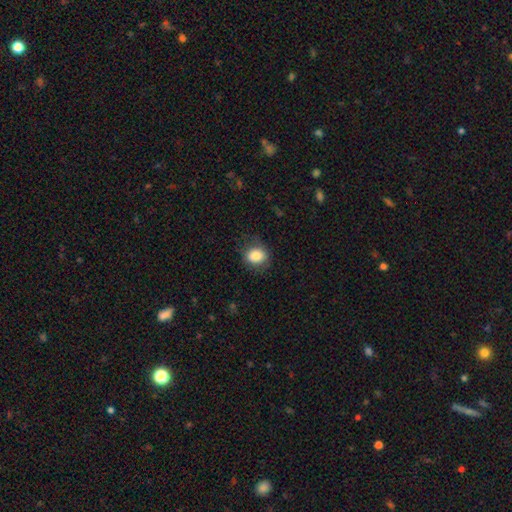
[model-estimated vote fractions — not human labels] Smooth or featured: smooth — 84% (star or artifact — 9%)
How rounded: round — 56% (in between — 43%)
Merging: none — 74% (minor disturbance — 18%)